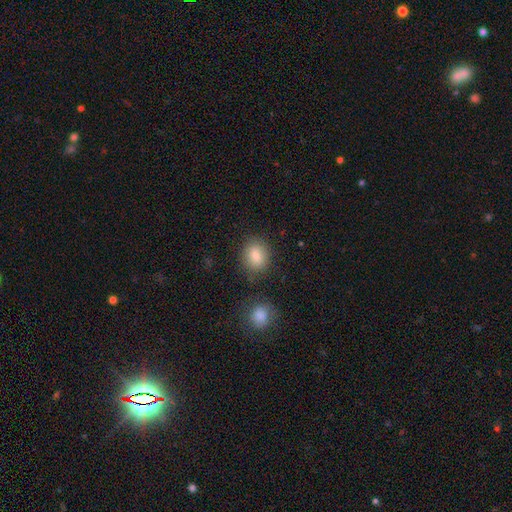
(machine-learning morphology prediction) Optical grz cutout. It shows a smooth galaxy with no disk features (85%) that is round (50%). Merging: none (79%).